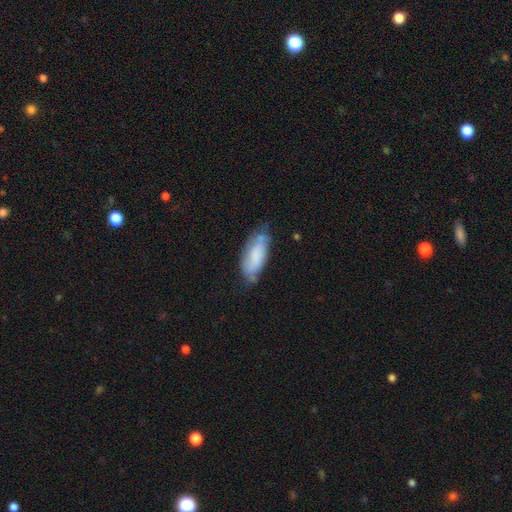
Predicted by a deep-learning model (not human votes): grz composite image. It shows a smooth galaxy with no disk features (66%) that is in between round and cigar-shaped (83%). Merging: none (53%).